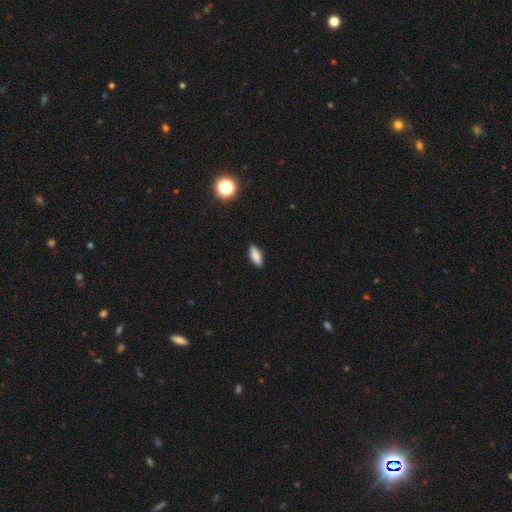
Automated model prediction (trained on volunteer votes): Smooth or featured?
  - smooth: 83% *
  - featured or disk: 9%
  - star or artifact: 8%
How rounded?
  - in between: 70% *
  - cigar-shaped: 28%
  - round: 2%
Merging?
  - none: 88% *
  - minor disturbance: 9%
  - major disturbance: 2%
  - merger: 1%